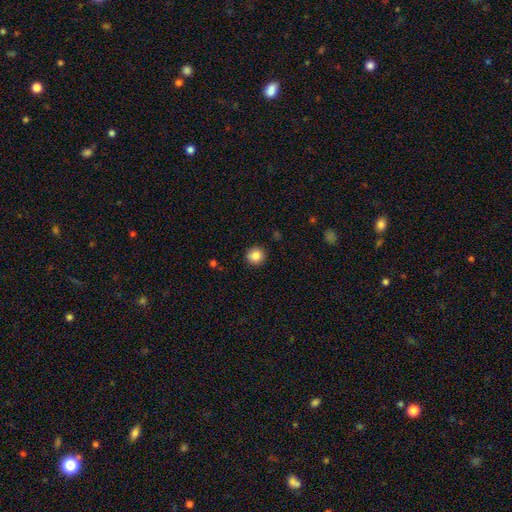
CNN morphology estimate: Q: Smooth or featured?
A: smooth (85%); runner-up: star or artifact (10%)
Q: How rounded?
A: round (91%); runner-up: in between (9%)
Q: Merging?
A: none (91%); runner-up: minor disturbance (6%)